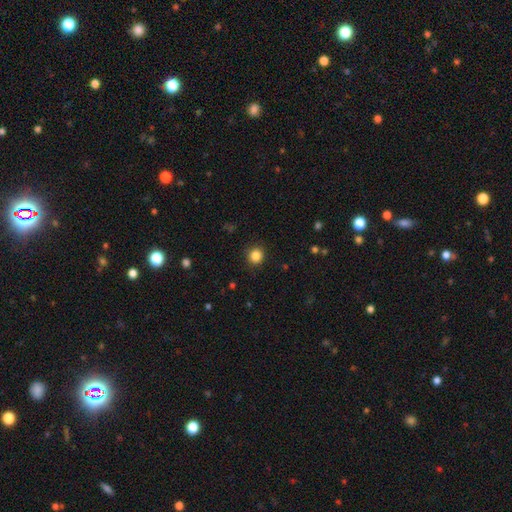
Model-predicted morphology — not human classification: Smooth or featured?
  - smooth: 85% *
  - star or artifact: 11%
  - featured or disk: 4%
How rounded?
  - round: 91% *
  - in between: 8%
  - cigar-shaped: 1%
Merging?
  - none: 90% *
  - minor disturbance: 6%
  - major disturbance: 2%
  - merger: 1%